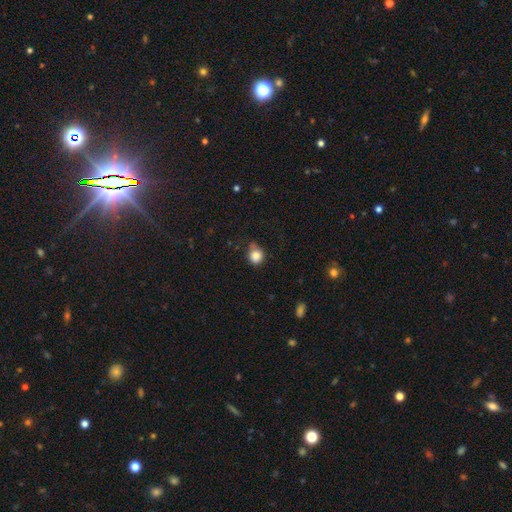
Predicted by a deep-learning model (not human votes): Smooth or featured: smooth — 84% (star or artifact — 10%)
How rounded: round — 81% (in between — 18%)
Merging: none — 65% (minor disturbance — 24%)